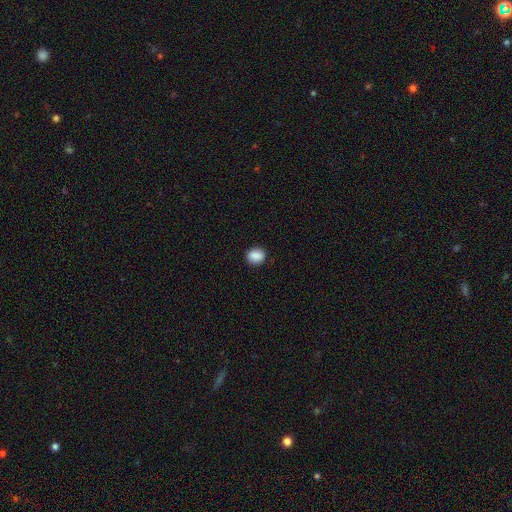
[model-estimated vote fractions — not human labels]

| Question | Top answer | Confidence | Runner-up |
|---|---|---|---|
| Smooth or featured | smooth | 87% | star or artifact (8%) |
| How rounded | round | 66% | in between (33%) |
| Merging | none | 88% | minor disturbance (8%) |